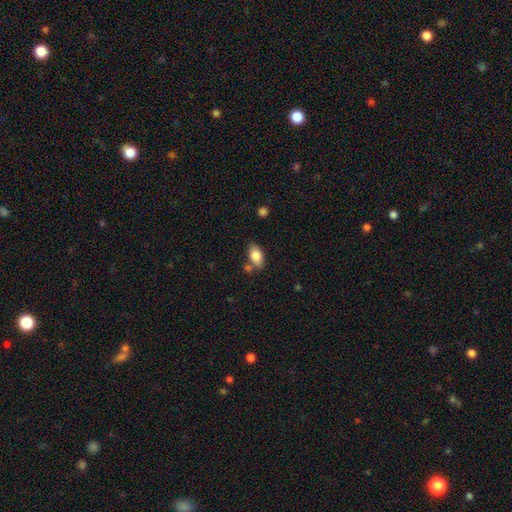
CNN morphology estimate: This is clearly a smooth galaxy (82%). How rounded: clearly in between (90%). Merging: likely none (70%).